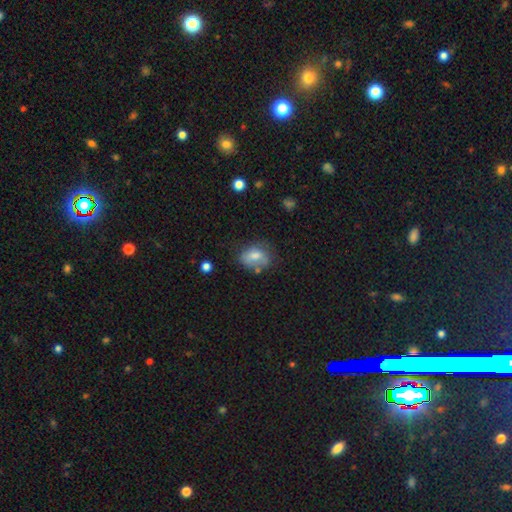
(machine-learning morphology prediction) smooth 66%, featured or disk 24%, star or artifact 10%. Down the decision tree: how rounded — in between (68%); merging — none (49%).